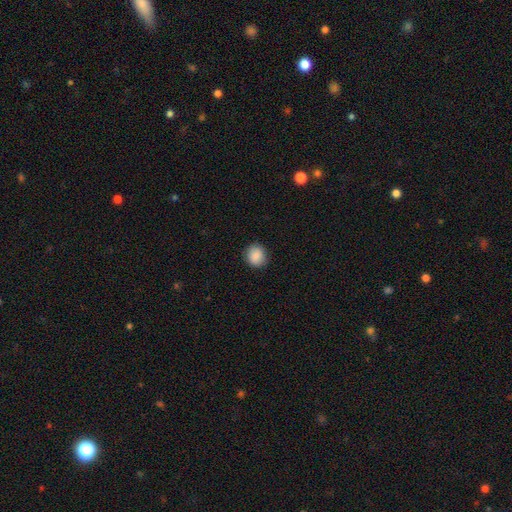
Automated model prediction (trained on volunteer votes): Smooth or featured? Predicted: smooth (p=0.89). How rounded? Predicted: round (p=0.78). Merging? Predicted: none (p=0.88).